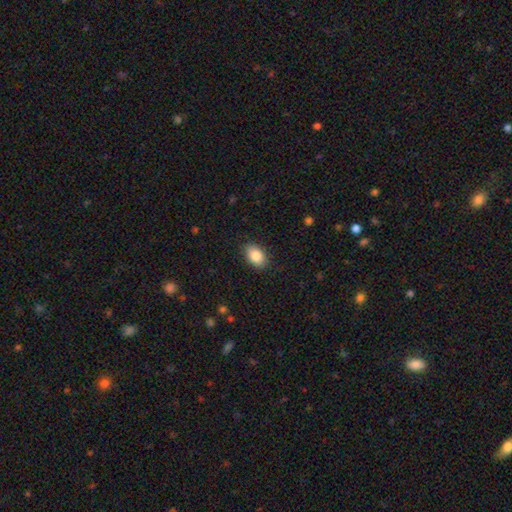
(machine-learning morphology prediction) smooth_or_featured: smooth (p=0.86) [alt: star or artifact p=0.07]
how_rounded: in between (p=0.89) [alt: round p=0.09]
merging: none (p=0.87) [alt: minor disturbance p=0.10]